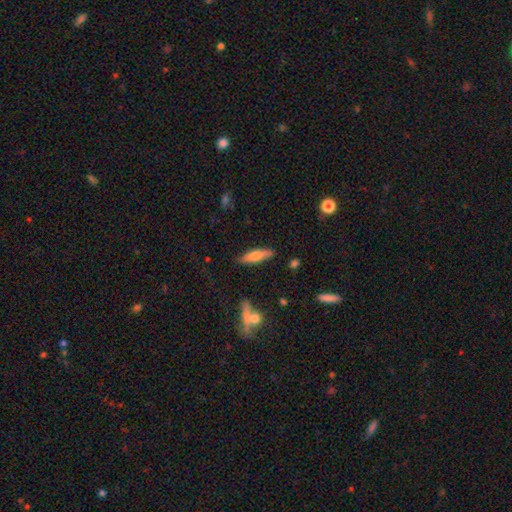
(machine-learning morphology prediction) Smooth or featured?
  - smooth: 57% *
  - featured or disk: 37%
  - star or artifact: 6%
How rounded?
  - cigar-shaped: 64% *
  - in between: 34%
  - round: 2%
Merging?
  - none: 84% *
  - minor disturbance: 11%
  - major disturbance: 2%
  - merger: 2%